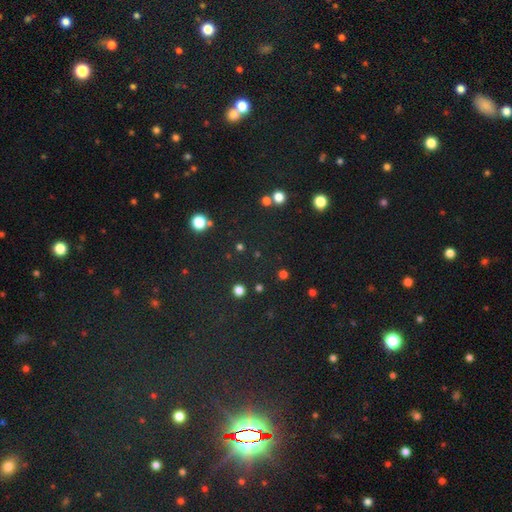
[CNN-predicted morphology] A star or artifact, not a galaxy (77%).

Vote fractions:
- Smooth or featured? star or artifact: 77% / smooth: 15% / featured or disk: 8%